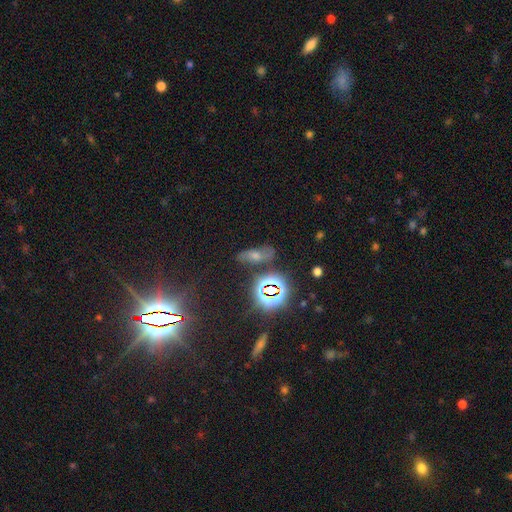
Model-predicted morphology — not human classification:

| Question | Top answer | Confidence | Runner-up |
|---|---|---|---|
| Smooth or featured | smooth | 40% | star or artifact (31%) |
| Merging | none | 65% | minor disturbance (20%) |